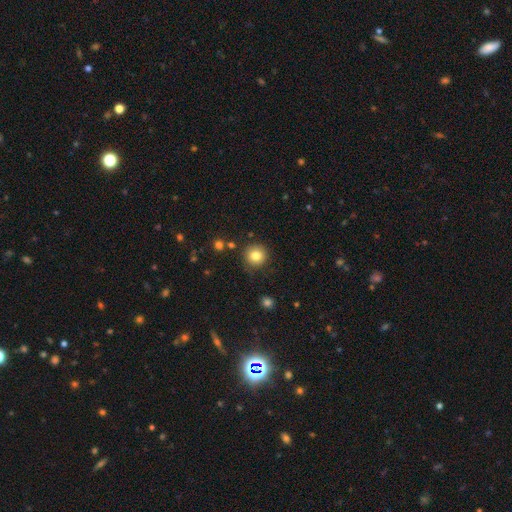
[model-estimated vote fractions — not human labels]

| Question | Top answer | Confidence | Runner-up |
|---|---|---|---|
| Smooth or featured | smooth | 82% | star or artifact (10%) |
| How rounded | round | 93% | in between (6%) |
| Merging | none | 85% | minor disturbance (9%) |